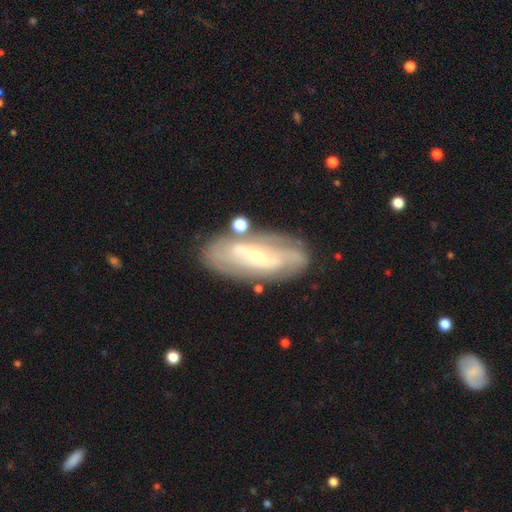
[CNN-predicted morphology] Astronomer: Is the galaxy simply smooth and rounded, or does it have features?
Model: featured or disk — 76%.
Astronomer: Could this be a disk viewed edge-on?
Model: no — 88%.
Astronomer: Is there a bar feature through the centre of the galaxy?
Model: no — 37% (runner-up: weak, 35%).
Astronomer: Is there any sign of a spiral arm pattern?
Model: yes — 80%.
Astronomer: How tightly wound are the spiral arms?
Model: tight — 45% (runner-up: medium, 35%).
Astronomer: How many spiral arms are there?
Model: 2 — 51% (runner-up: can't tell, 34%).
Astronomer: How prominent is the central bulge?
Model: small — 67%.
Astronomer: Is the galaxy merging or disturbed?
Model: none — 75%.